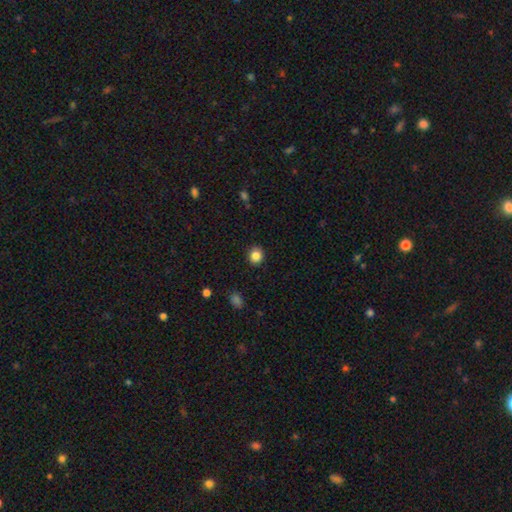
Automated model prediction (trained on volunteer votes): This appears to be a smooth galaxy with no disk features (85%) that is round (77%). Merging: none (91%).